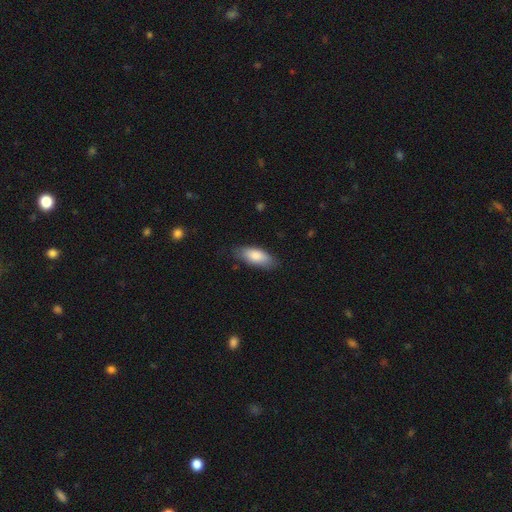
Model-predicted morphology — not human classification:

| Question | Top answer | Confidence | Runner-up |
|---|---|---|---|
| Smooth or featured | smooth | 84% | featured or disk (11%) |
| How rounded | in between | 80% | cigar-shaped (18%) |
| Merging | none | 79% | minor disturbance (16%) |